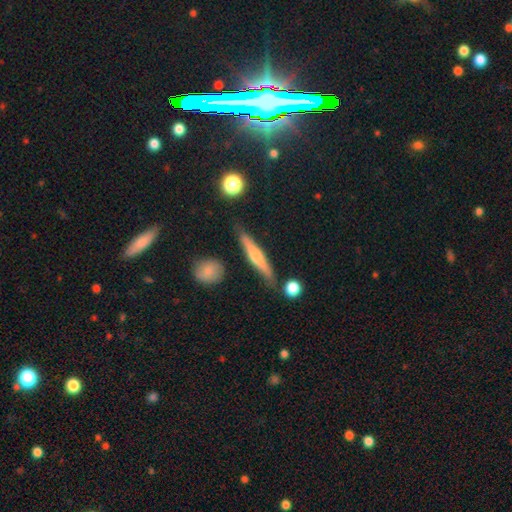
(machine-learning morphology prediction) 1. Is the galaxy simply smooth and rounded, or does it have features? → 55% featured or disk, 37% smooth, 8% star or artifact.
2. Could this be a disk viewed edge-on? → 94% yes, 6% no.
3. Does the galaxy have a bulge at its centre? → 71% rounded, 20% none, 10% boxy.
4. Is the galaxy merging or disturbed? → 83% none, 12% minor disturbance, 3% merger, 3% major disturbance.